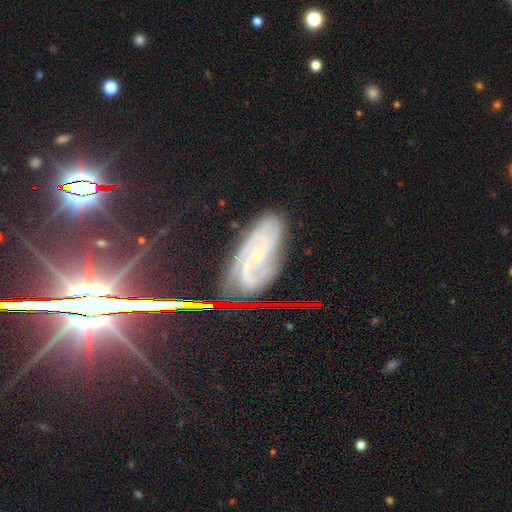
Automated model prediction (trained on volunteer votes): Morphology: type=featured or disk (79%); edge-on=no (93%); bar=no (58%); spiral arms=yes (96%); winding=tight (55%); arm count=2 (29%); bulge=small (83%); merging=none (75%).